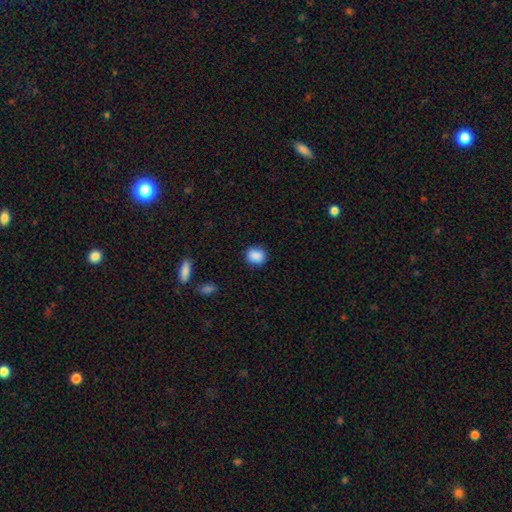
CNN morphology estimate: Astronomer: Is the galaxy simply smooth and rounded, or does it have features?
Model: smooth — 88%.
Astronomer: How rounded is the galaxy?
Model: round — 65%.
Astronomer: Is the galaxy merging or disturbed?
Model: none — 85%.